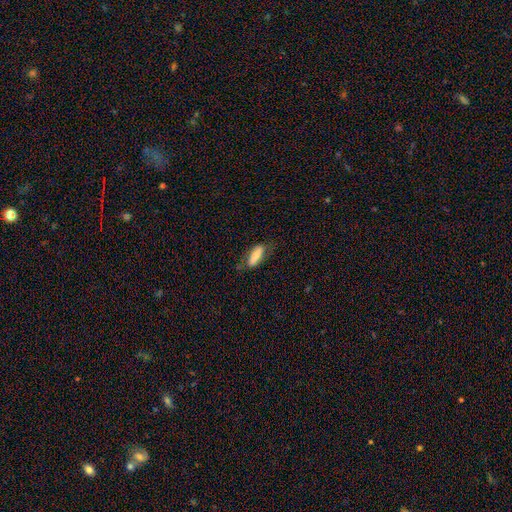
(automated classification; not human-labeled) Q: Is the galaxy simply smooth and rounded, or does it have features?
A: smooth — 71%.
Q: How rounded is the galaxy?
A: in between — 62%.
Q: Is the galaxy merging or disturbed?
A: none — 61%.